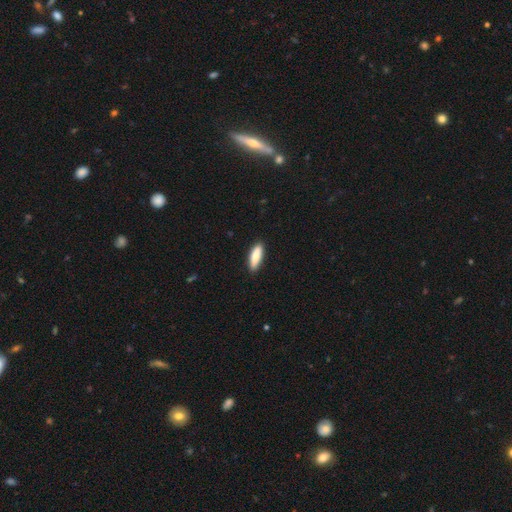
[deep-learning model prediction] Q: Smooth or featured?
A: smooth (85%); runner-up: featured or disk (9%)
Q: How rounded?
A: cigar-shaped (49%); tied with: in between (49%)
Q: Merging?
A: none (88%); runner-up: minor disturbance (9%)